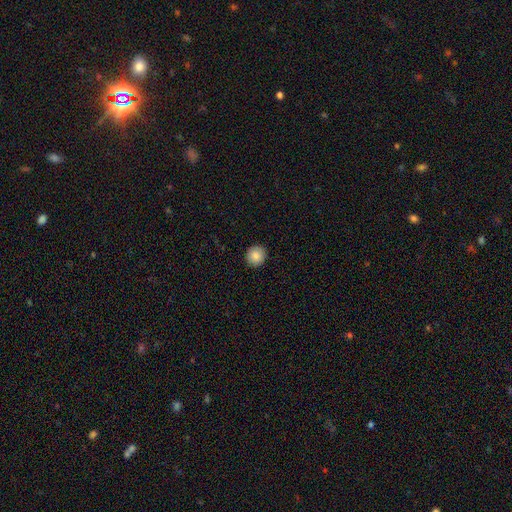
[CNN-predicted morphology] smooth 85%, star or artifact 9%, featured or disk 6%. Down the decision tree: how rounded — round (91%); merging — none (92%).